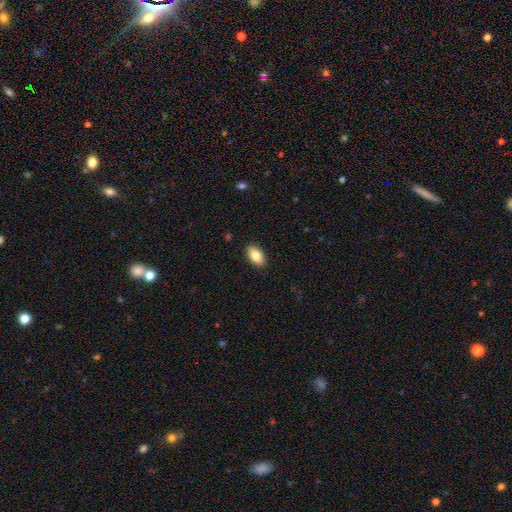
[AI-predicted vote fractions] smooth-or-featured: smooth: 84% | featured or disk: 9% | star or artifact: 7%
  how-rounded: in between: 92% | round: 4% | cigar-shaped: 3%
  merging: none: 88% | minor disturbance: 9% | major disturbance: 2% | merger: 1%